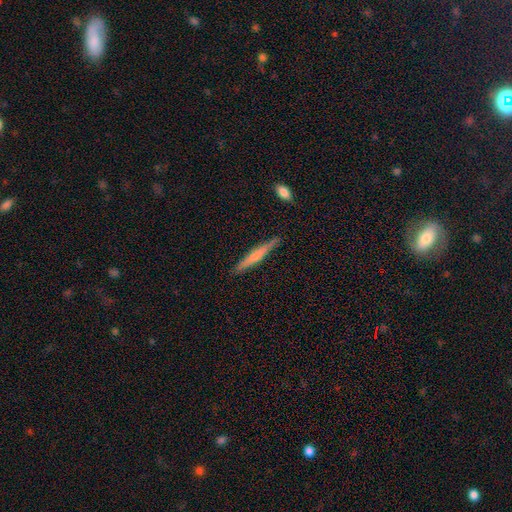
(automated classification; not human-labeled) Smooth or featured? smooth (50%)
How rounded? cigar-shaped (95%)
Merging? none (88%)